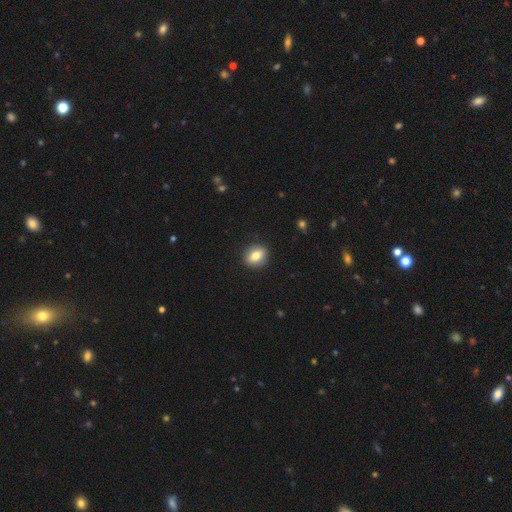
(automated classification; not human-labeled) smooth-or-featured: smooth: 75% | featured or disk: 17% | star or artifact: 8%
  how-rounded: round: 55% | in between: 43% | cigar-shaped: 2%
  merging: none: 90% | minor disturbance: 7% | major disturbance: 2% | merger: 1%